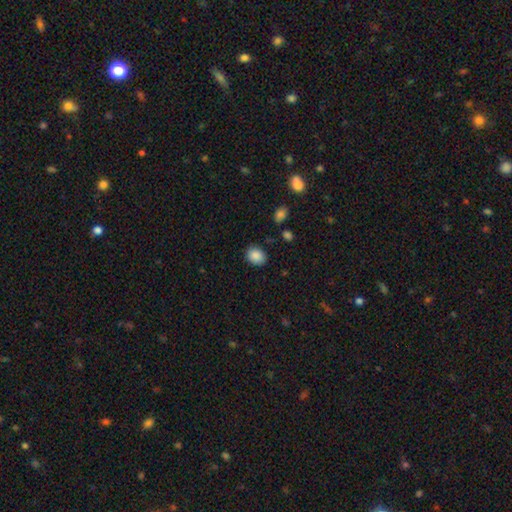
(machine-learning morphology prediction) smooth-or-featured: smooth: 88% | star or artifact: 8% | featured or disk: 4%
  how-rounded: in between: 55% | round: 44% | cigar-shaped: 1%
  merging: none: 84% | minor disturbance: 11% | major disturbance: 3% | merger: 2%